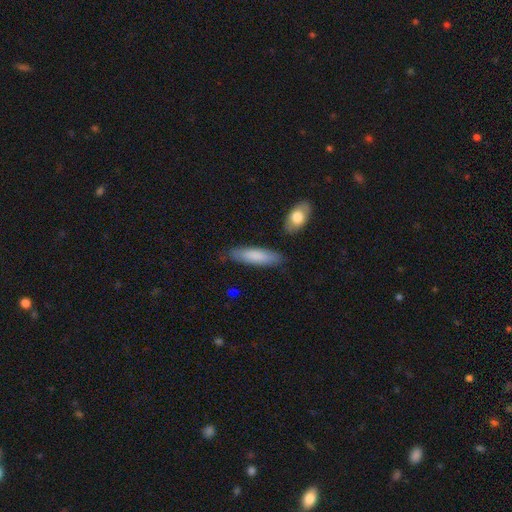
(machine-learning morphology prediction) Smooth or featured? smooth (82%)
How rounded? cigar-shaped (59%)
Merging? none (81%)